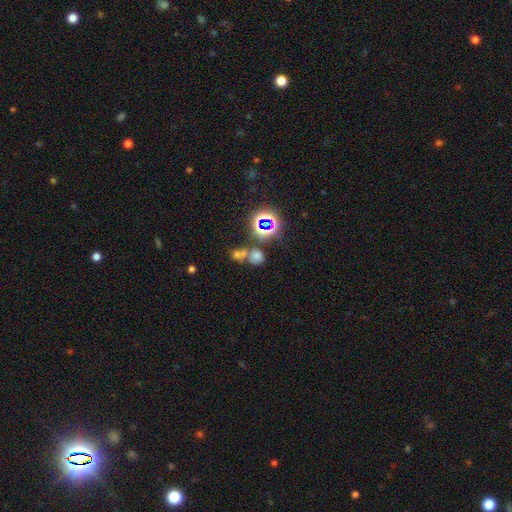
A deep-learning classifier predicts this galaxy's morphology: Smooth or featured: smooth — 49% (star or artifact — 40%)
Merging: none — 45% (merger — 42%)